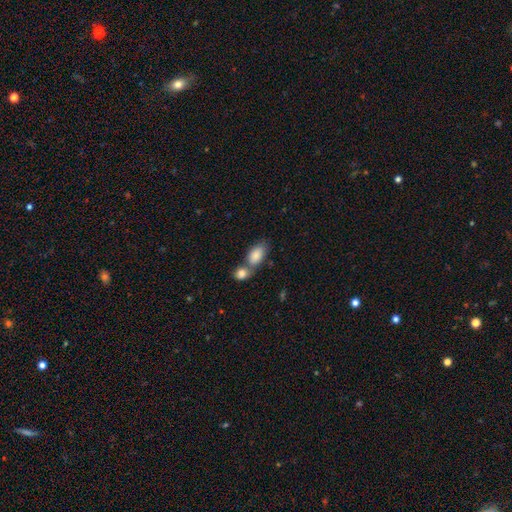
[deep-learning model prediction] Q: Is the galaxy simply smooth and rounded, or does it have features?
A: smooth — 85%.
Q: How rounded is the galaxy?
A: in between — 90%.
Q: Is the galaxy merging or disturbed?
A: merger — 54%.